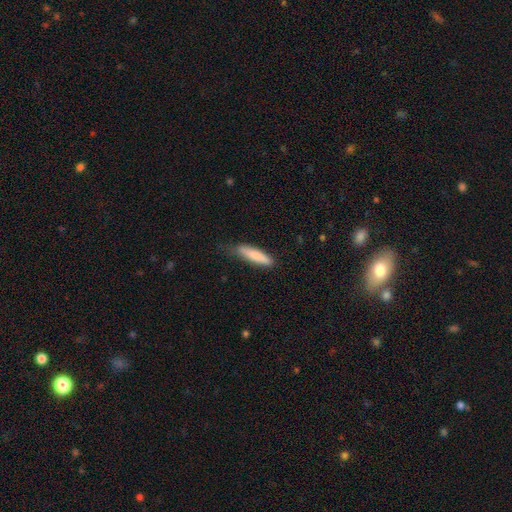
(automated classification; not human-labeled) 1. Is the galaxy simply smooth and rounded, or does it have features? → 81% smooth, 13% featured or disk, 5% star or artifact.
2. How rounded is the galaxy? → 79% cigar-shaped, 19% in between, 1% round.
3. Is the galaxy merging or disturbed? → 70% none, 24% minor disturbance, 4% major disturbance, 1% merger.